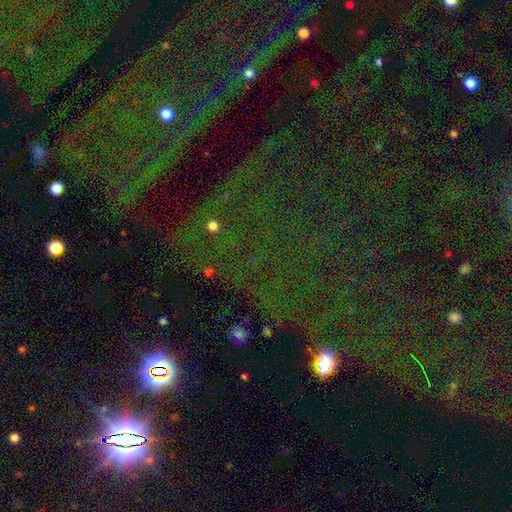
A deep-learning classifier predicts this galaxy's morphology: star or artifact 79%, smooth 11%, featured or disk 9%.